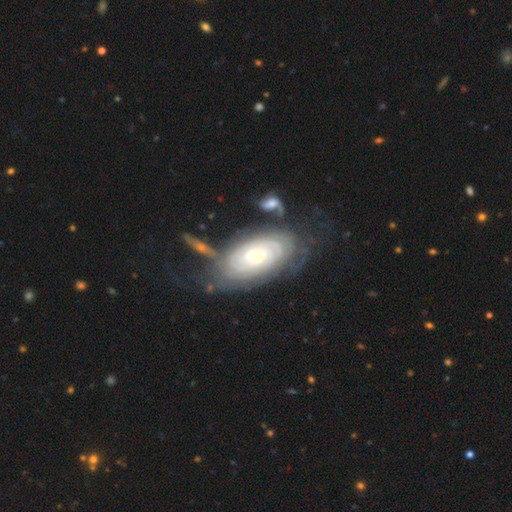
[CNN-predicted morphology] type=featured or disk (82%); edge-on=no (94%); bar=no (76%); spiral arms=yes (91%); winding=tight (82%); arm count=can't tell (56%); bulge=small (54%); merging=none (55%).